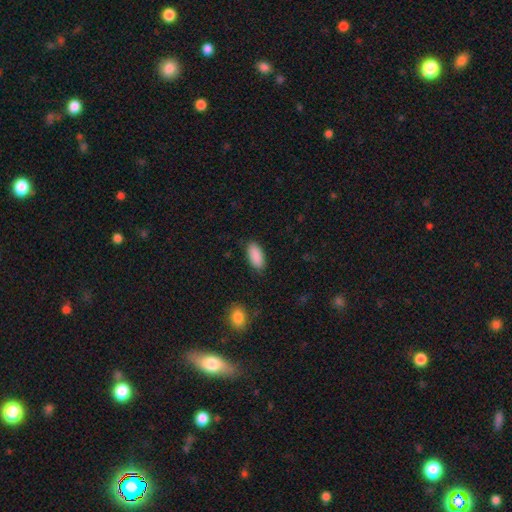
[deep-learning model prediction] Morphology: type=smooth (90%); roundness=in between (90%); merging=none (86%).